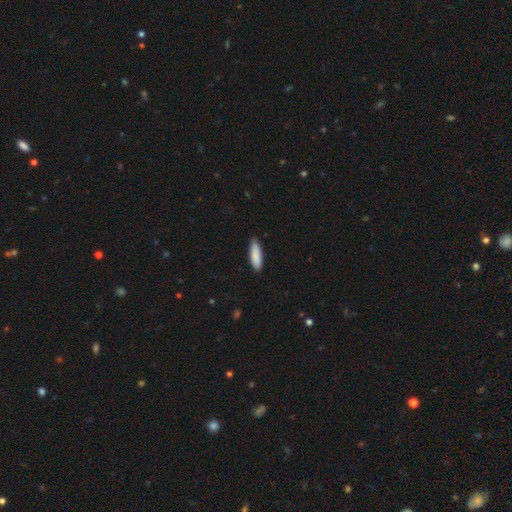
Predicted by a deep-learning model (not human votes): Smooth or featured? Predicted: smooth (p=0.87). How rounded? Predicted: cigar-shaped (p=0.52). Merging? Predicted: none (p=0.85).